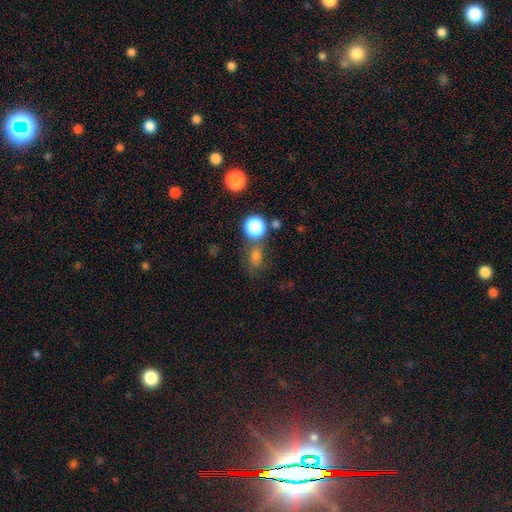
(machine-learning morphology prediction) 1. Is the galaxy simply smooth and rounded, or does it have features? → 65% smooth, 26% star or artifact, 9% featured or disk.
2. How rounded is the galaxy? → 53% round, 45% in between, 2% cigar-shaped.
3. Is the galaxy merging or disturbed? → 62% none, 16% merger, 15% minor disturbance, 8% major disturbance.